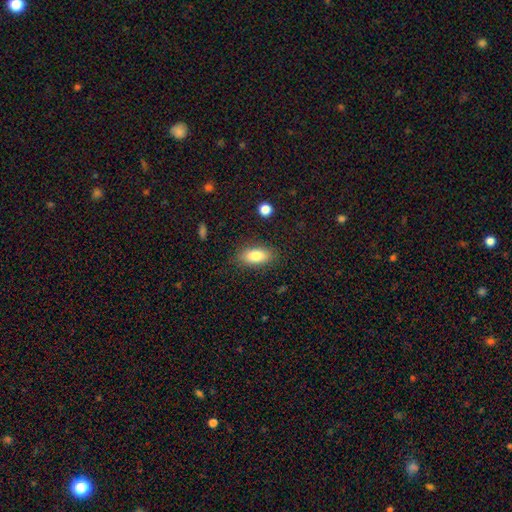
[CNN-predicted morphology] This is clearly a smooth galaxy (82%). How rounded: clearly in between (87%). Merging: clearly none (85%).